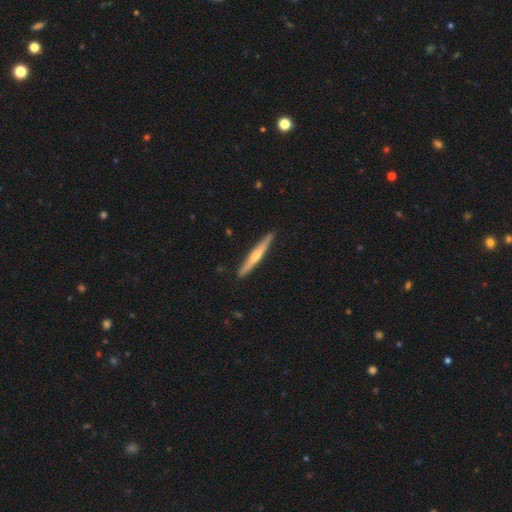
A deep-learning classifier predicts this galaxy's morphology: This is likely a featured or disk galaxy (60%). It is clearly viewed edge-on (97%). Edge-on bulge: likely rounded (77%). Merging: clearly none (91%).